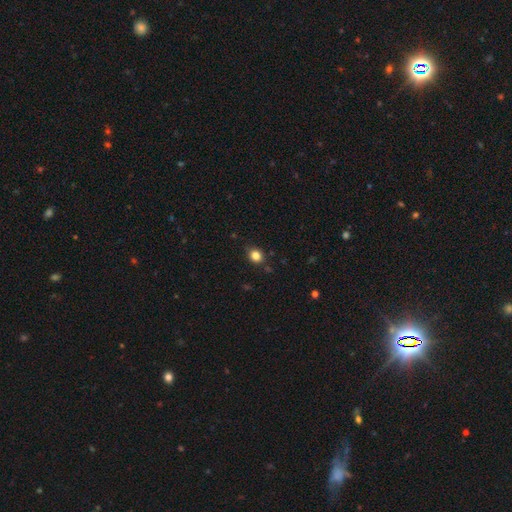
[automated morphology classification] Smooth or featured?
  - smooth: 83% *
  - star or artifact: 12%
  - featured or disk: 5%
How rounded?
  - round: 66% *
  - in between: 33%
  - cigar-shaped: 1%
Merging?
  - none: 83% *
  - minor disturbance: 12%
  - major disturbance: 2%
  - merger: 2%